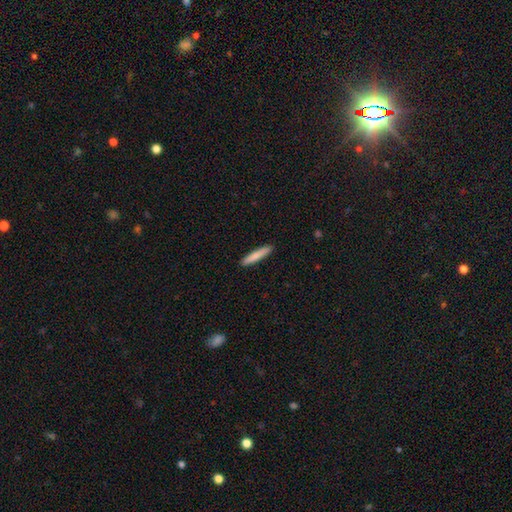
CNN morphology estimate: This is clearly a smooth galaxy (82%). How rounded: clearly cigar-shaped (93%). Merging: clearly none (91%).